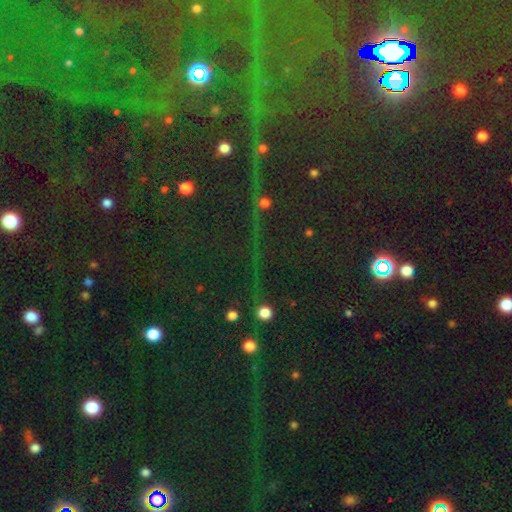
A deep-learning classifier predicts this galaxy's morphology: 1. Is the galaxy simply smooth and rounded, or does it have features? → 78% star or artifact, 12% smooth, 10% featured or disk.